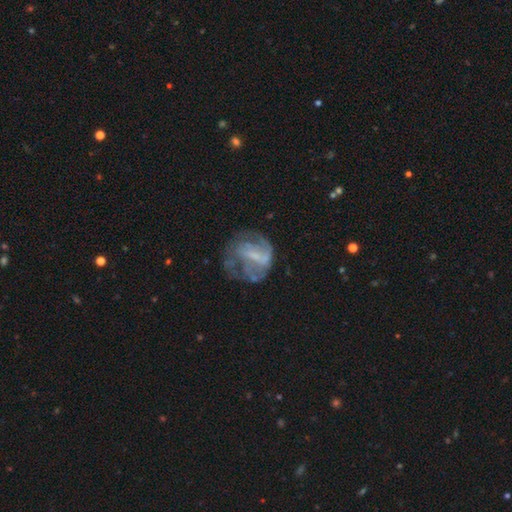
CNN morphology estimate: Smooth or featured? Predicted: featured or disk (p=0.66). Edge-on disk? Predicted: no (p=0.97). Bar? Predicted: weak (p=0.41). Spiral arms? Predicted: yes (p=0.58). Bulge size? Predicted: none (p=0.46). Merging? Predicted: none (p=0.43).